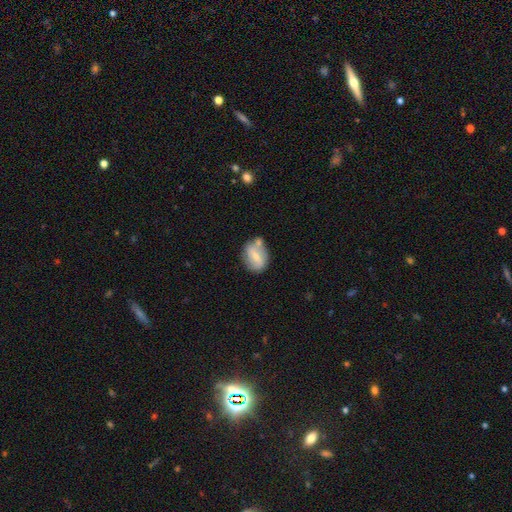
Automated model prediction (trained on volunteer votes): smooth_or_featured: smooth (p=0.54) [alt: featured or disk p=0.39]
how_rounded: in between (p=0.71) [alt: round p=0.25]
merging: none (p=0.57) [alt: merger p=0.19]